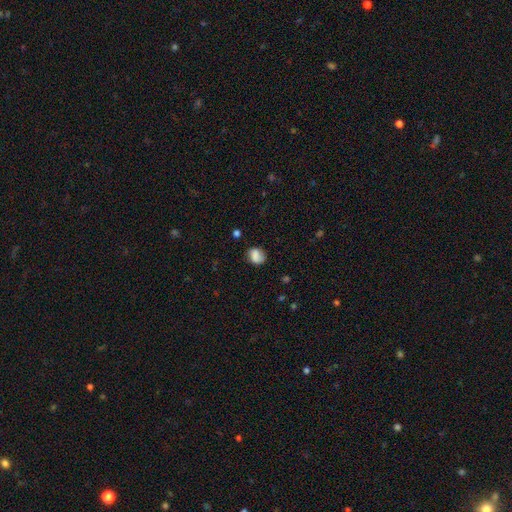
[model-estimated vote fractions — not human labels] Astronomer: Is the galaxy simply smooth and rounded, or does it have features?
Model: smooth — 75%.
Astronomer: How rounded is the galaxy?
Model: round — 54% (runner-up: in between, 45%).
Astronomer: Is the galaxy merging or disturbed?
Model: none — 66%.